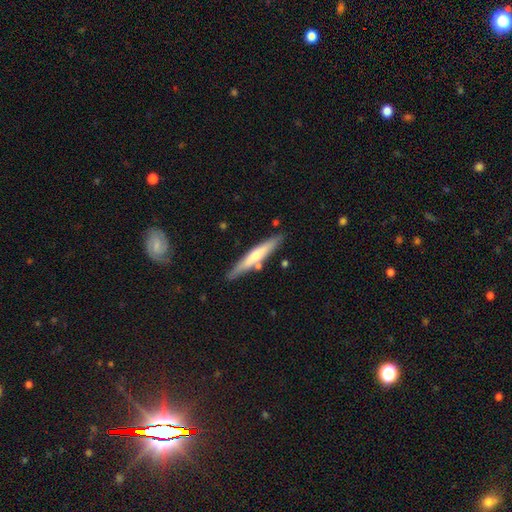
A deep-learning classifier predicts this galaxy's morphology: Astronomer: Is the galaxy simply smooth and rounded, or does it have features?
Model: smooth — 51% (runner-up: featured or disk, 44%).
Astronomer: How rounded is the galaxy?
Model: cigar-shaped — 93%.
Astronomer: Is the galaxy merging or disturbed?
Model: none — 82%.